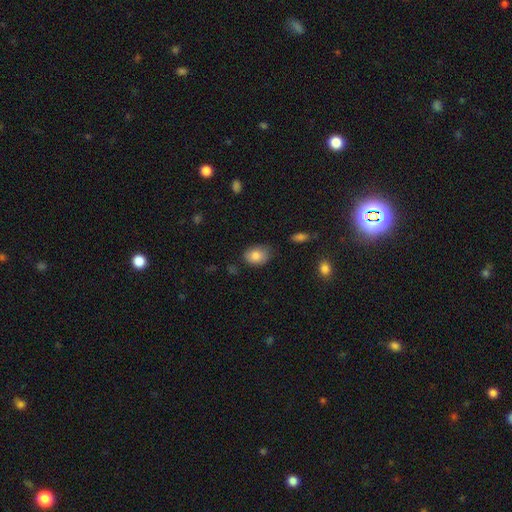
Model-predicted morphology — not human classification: Smooth or featured? Predicted: smooth (p=0.84). How rounded? Predicted: in between (p=0.74). Merging? Predicted: none (p=0.70).